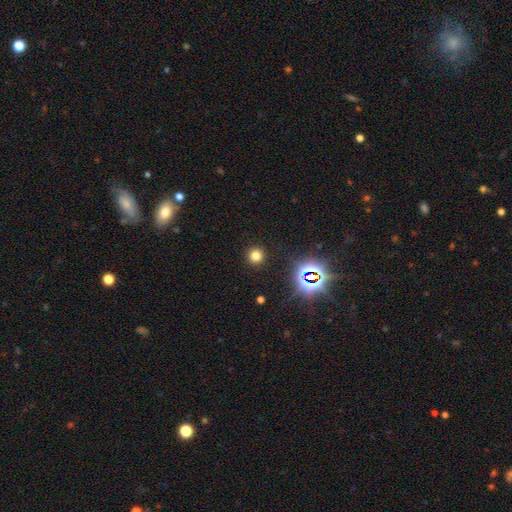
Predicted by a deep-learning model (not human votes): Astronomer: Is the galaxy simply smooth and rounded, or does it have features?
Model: smooth — 72%.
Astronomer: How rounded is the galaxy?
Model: round — 94%.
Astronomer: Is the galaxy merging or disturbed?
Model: none — 92%.